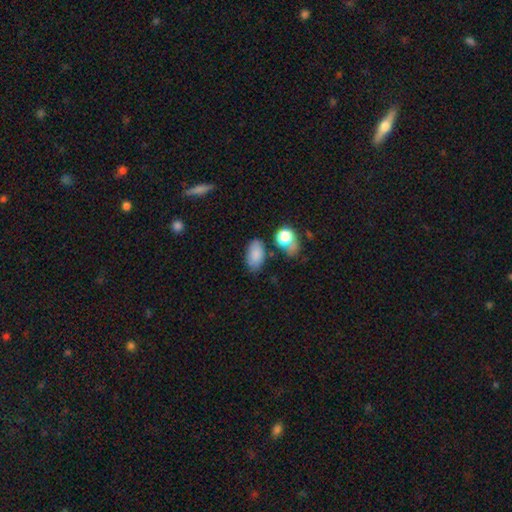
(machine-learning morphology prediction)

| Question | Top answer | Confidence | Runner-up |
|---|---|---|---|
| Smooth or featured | smooth | 84% | star or artifact (8%) |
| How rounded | in between | 92% | round (6%) |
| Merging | none | 71% | minor disturbance (17%) |